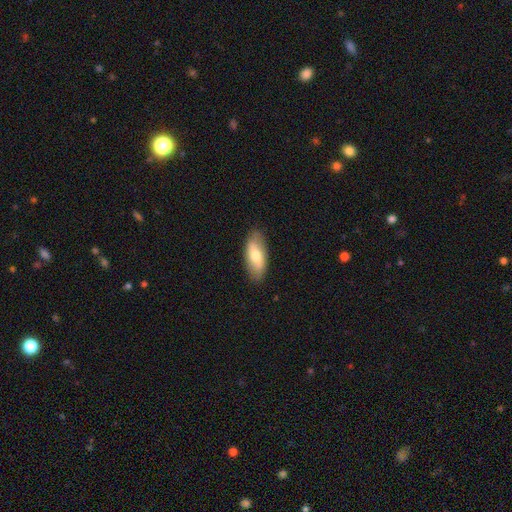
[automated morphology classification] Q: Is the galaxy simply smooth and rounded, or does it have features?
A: smooth — 63%.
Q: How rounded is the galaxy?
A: in between — 81%.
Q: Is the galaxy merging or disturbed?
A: none — 86%.